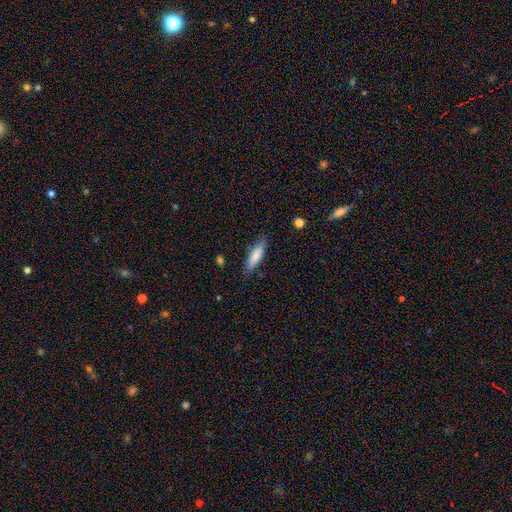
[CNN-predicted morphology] The model was most divided on "how rounded": cigar-shaped: 60%, in between: 38%, round: 1%. More confident: merging — none (81%); smooth or featured — smooth (81%).